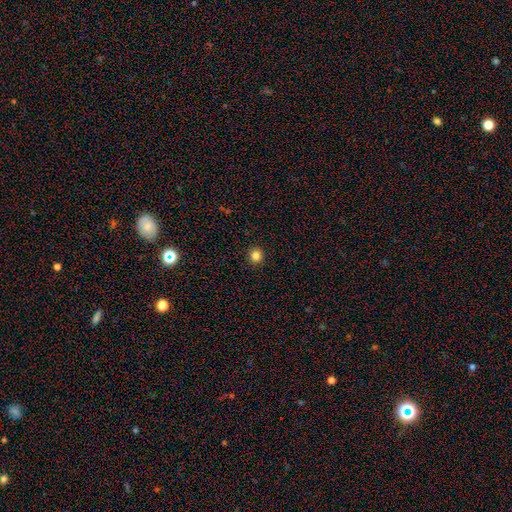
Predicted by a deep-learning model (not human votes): Smooth or featured? Predicted: smooth (p=0.83). How rounded? Predicted: round (p=0.92). Merging? Predicted: none (p=0.93).